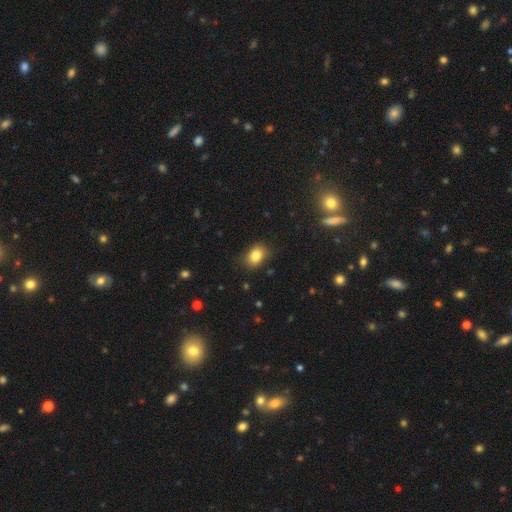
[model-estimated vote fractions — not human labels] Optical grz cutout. It shows a smooth galaxy with no disk features (83%) that is in between round and cigar-shaped (67%). Merging: none (83%).